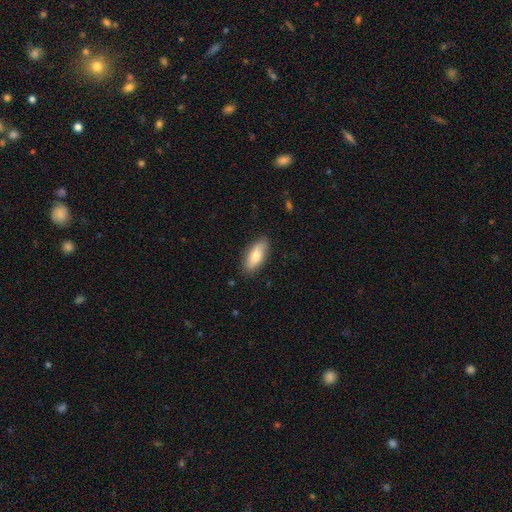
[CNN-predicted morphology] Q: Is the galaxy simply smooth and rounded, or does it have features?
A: smooth — 79%.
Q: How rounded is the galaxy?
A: in between — 81%.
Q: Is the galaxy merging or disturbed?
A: none — 84%.